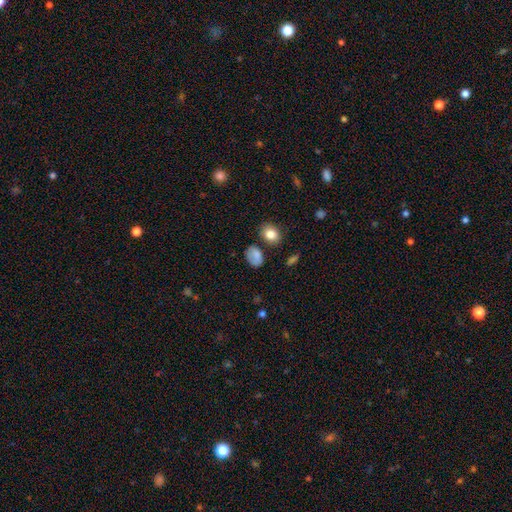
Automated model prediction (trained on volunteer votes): Morphology: type=smooth (80%); roundness=in between (81%); merging=none (67%).